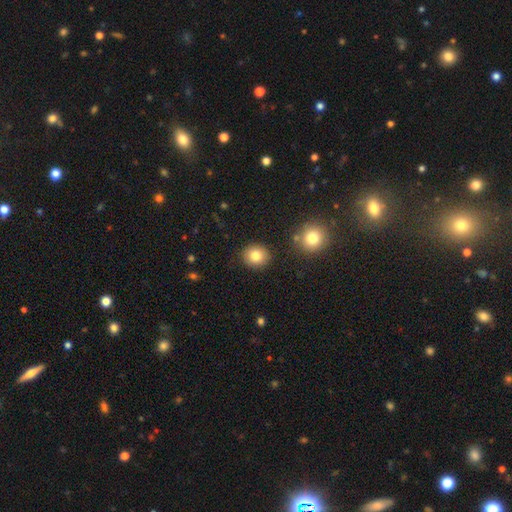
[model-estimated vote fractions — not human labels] smooth 81%, star or artifact 10%, featured or disk 8%. Down the decision tree: how rounded — round (83%); merging — none (88%).